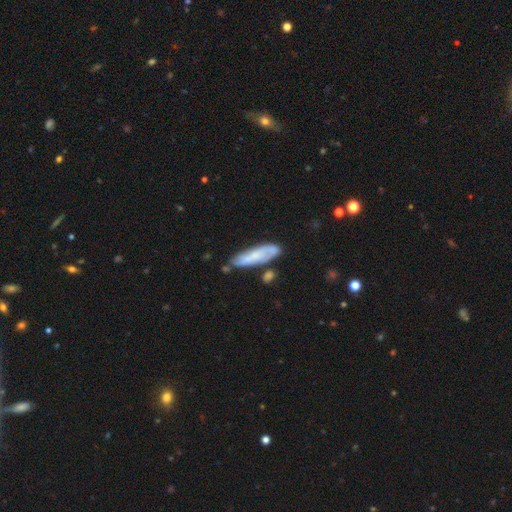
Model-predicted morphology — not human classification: The model was most divided on "smooth or featured": smooth: 52%, featured or disk: 41%, star or artifact: 7%. More confident: how rounded — cigar-shaped (66%); merging — none (63%).